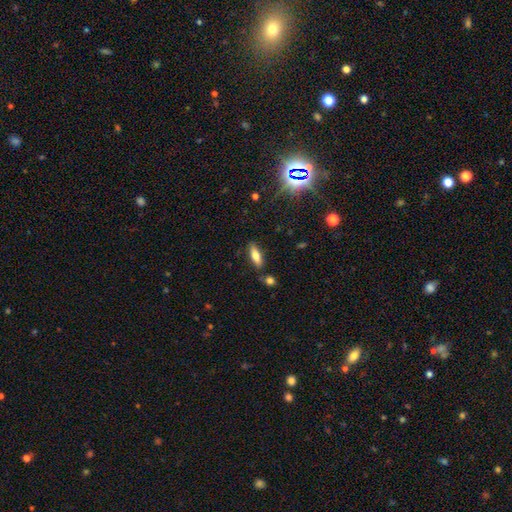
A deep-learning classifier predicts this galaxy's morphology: Smooth or featured? Predicted: smooth (p=0.72). How rounded? Predicted: in between (p=0.60). Merging? Predicted: none (p=0.81).